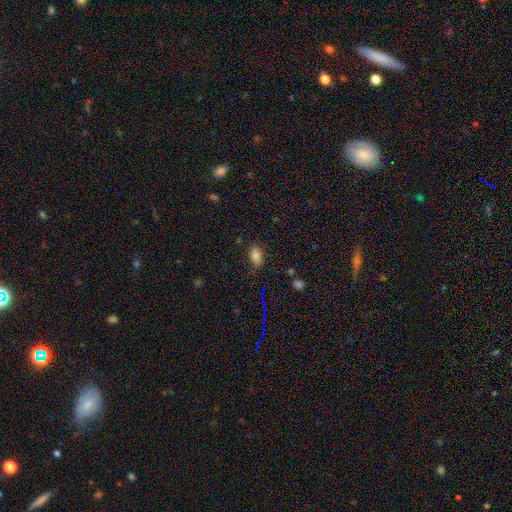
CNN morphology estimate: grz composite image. It shows a smooth galaxy with no disk features (77%) that is in between round and cigar-shaped (89%). Merging: none (82%).